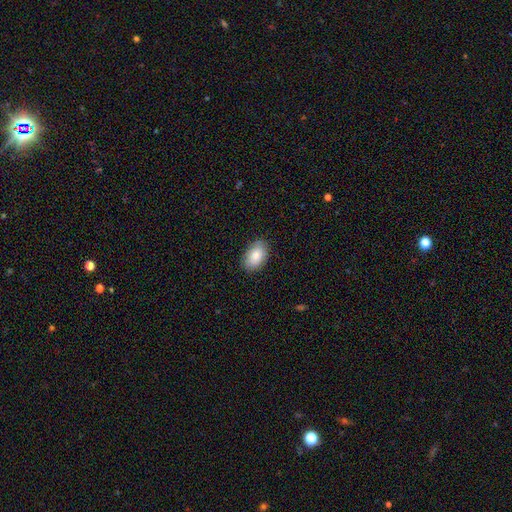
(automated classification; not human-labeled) Q: Smooth or featured?
A: smooth (83%); runner-up: featured or disk (10%)
Q: How rounded?
A: in between (89%); runner-up: round (10%)
Q: Merging?
A: none (85%); runner-up: minor disturbance (12%)